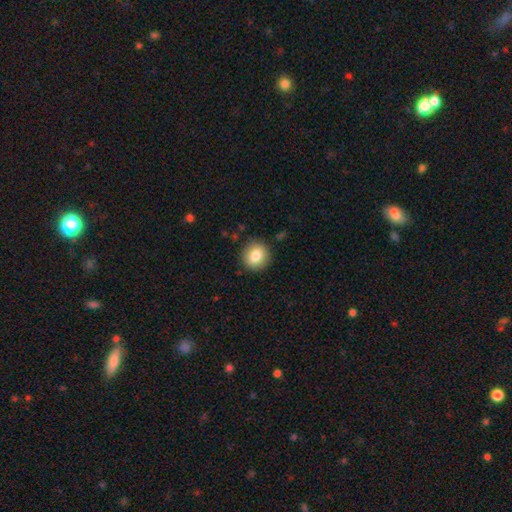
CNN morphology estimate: A smooth galaxy with no disk features (83%) that is round (89%). Merging: none (89%).